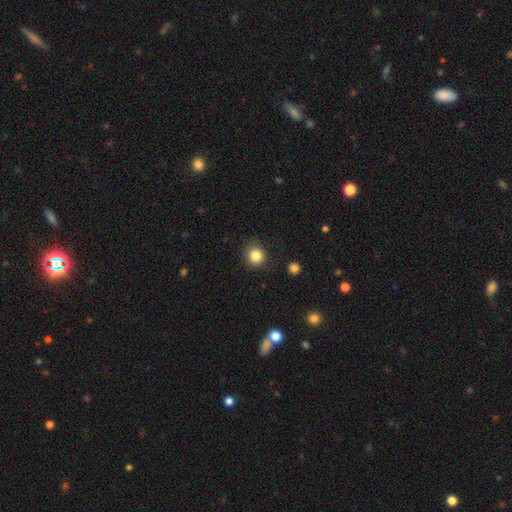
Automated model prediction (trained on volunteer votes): A smooth galaxy with no disk features (84%) that is round (88%). Merging: none (84%).